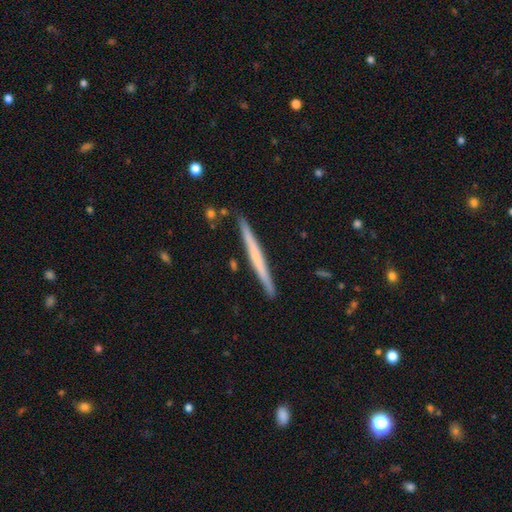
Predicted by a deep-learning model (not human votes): smooth_or_featured: featured or disk (p=0.48) [alt: smooth p=0.46]
merging: none (p=0.90) [alt: minor disturbance p=0.07]